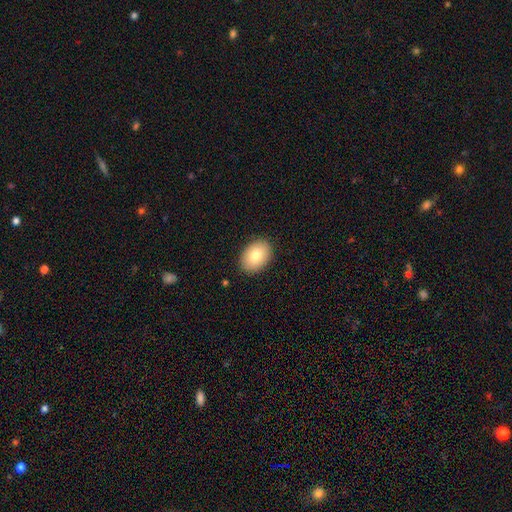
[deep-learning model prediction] Smooth or featured: smooth — 80% (featured or disk — 13%)
How rounded: in between — 81% (round — 18%)
Merging: none — 89% (minor disturbance — 8%)